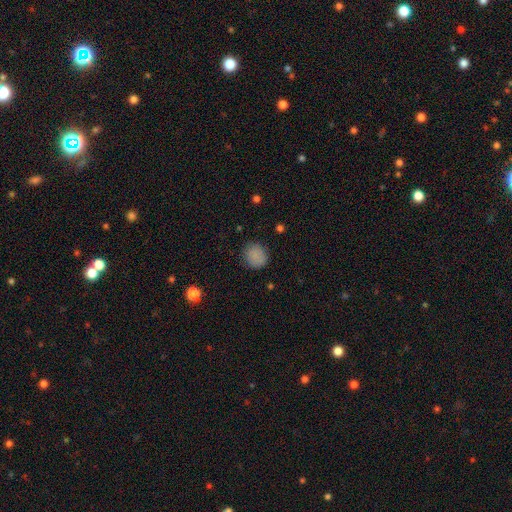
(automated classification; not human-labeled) Smooth or featured? smooth (84%)
How rounded? round (78%)
Merging? none (84%)